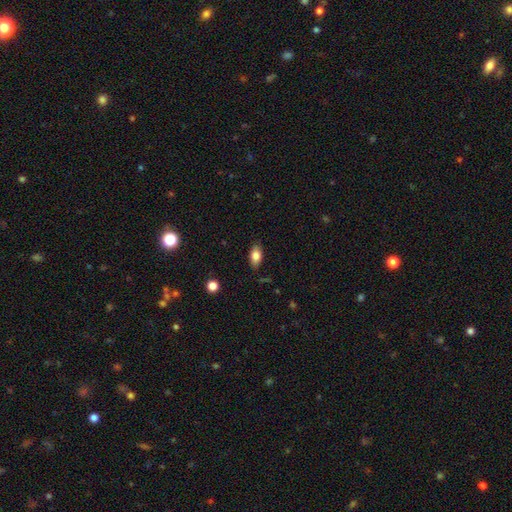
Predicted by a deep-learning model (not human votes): smooth_or_featured: smooth (p=0.81) [alt: featured or disk p=0.11]
how_rounded: in between (p=0.89) [alt: round p=0.06]
merging: none (p=0.83) [alt: minor disturbance p=0.13]